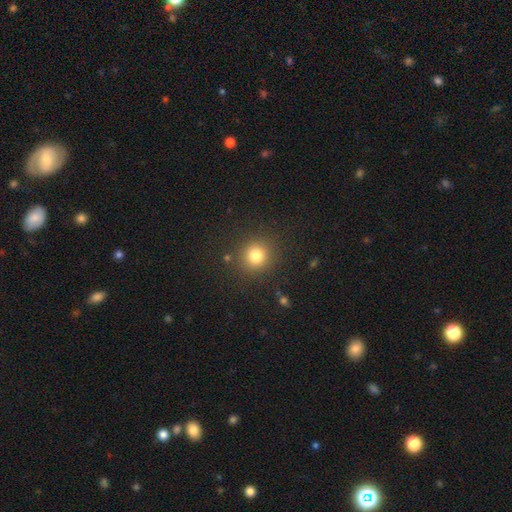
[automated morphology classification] This is likely a smooth galaxy (80%). How rounded: clearly round (91%). Merging: clearly none (88%).